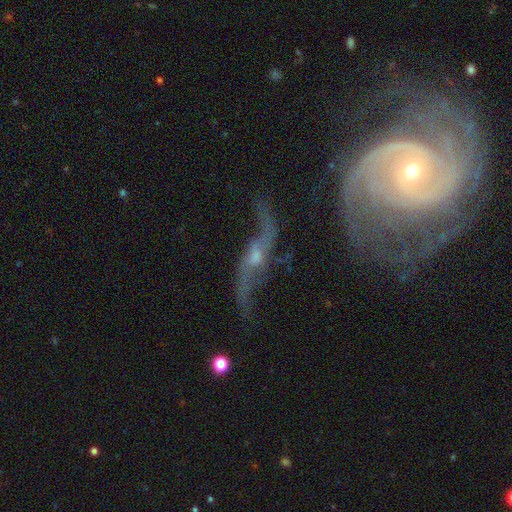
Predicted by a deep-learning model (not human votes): Overall: featured or disk (85%). Edge-on disk: no (83%). Bar: no (52%; weak 36%). Spiral arms: yes (93%). Spiral arm count: 2 (91%). Spiral winding: loose (92%). Bulge size: small (53%; moderate 35%). Merging: none (60%).